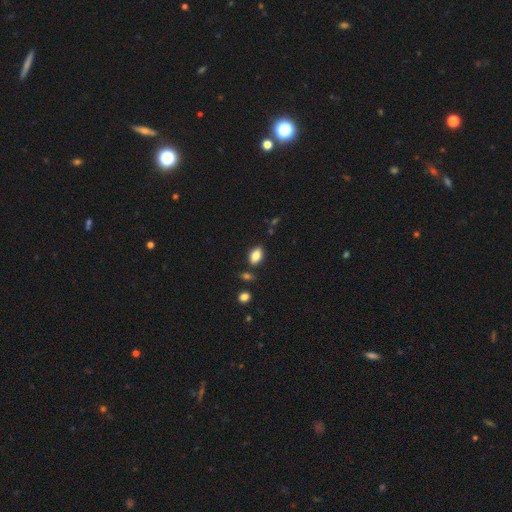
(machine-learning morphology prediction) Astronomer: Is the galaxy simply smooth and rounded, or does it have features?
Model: smooth — 85%.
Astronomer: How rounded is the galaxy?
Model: in between — 90%.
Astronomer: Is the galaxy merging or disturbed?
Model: none — 81%.